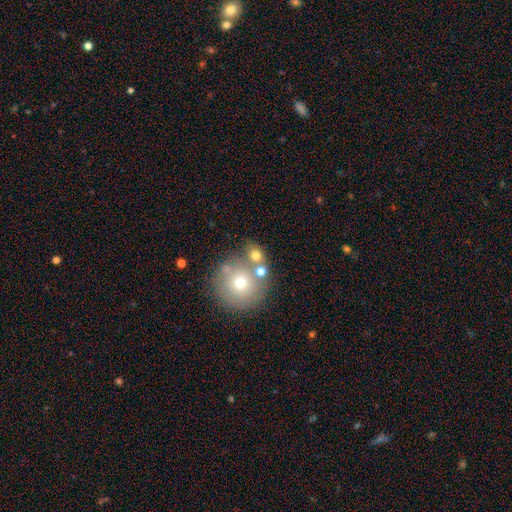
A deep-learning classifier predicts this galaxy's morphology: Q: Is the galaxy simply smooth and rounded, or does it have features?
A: smooth — 66%.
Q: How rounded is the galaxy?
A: round — 82%.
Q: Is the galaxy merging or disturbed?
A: none — 50%.